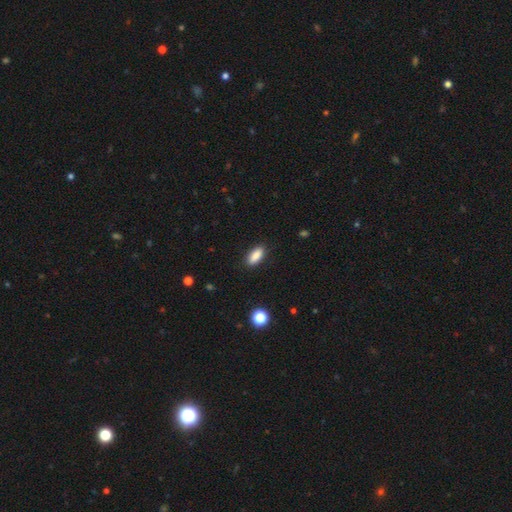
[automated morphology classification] This is clearly a smooth galaxy (87%). How rounded: clearly in between (81%). Merging: clearly none (88%).